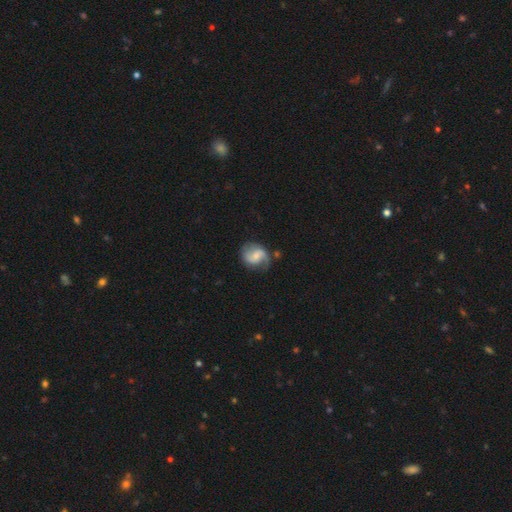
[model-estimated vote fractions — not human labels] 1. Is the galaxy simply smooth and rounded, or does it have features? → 68% featured or disk, 25% smooth, 7% star or artifact.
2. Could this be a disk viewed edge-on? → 98% no, 2% yes.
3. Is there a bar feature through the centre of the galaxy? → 46% weak, 41% no, 13% strong.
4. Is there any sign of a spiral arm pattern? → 92% yes, 8% no.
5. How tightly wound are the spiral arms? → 43% medium, 41% loose, 17% tight.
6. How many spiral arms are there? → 82% 2, 8% 1, 6% can't tell, 2% 3, 1% 4, 1% more than 4.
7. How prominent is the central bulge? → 50% small, 35% moderate, 10% none, 4% large, 1% dominant.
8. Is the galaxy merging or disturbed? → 63% none, 23% minor disturbance, 10% major disturbance, 3% merger.